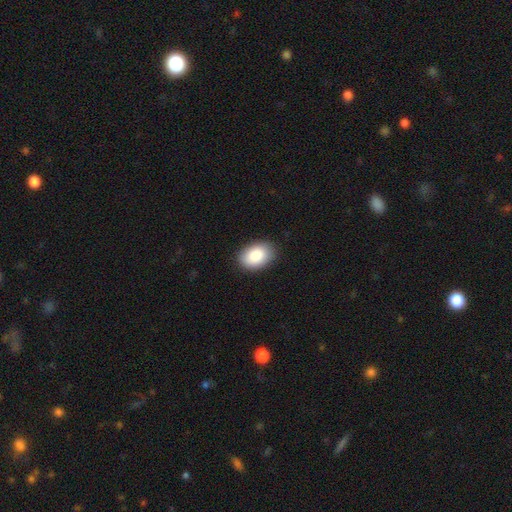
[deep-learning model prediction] Smooth or featured? Predicted: smooth (p=0.89). How rounded? Predicted: in between (p=0.86). Merging? Predicted: none (p=0.87).